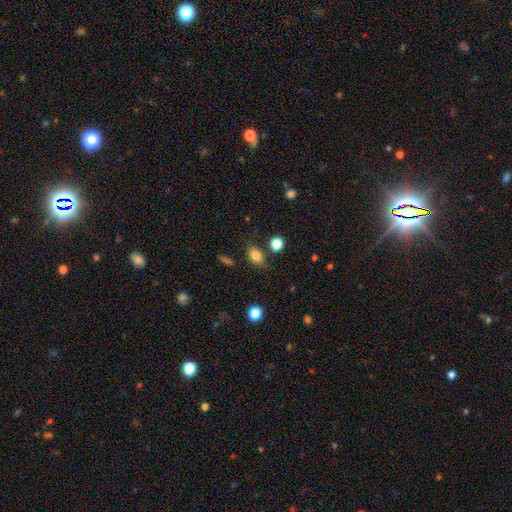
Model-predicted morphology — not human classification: This is clearly a smooth galaxy (83%). How rounded: likely in between (72%). Merging: likely none (74%).